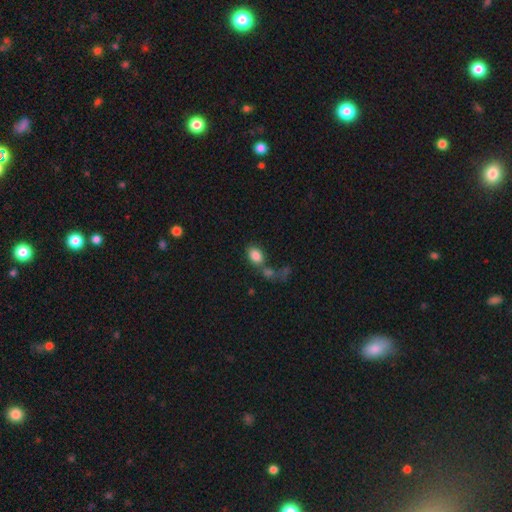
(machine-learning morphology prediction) Overall: smooth (84%). How rounded: in between (81%). Merging: none (48%; merger 32%).